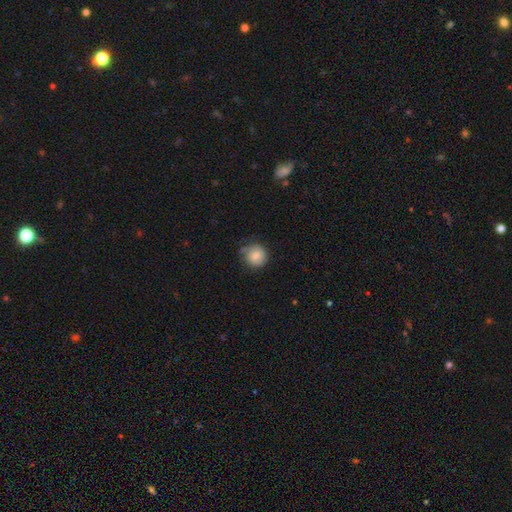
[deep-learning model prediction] A smooth galaxy with no disk features (76%) that is round (91%).

Vote fractions:
- Smooth or featured? smooth: 76% / featured or disk: 16% / star or artifact: 8%
- How rounded? round: 91% / in between: 9% / cigar-shaped: 1%
- Merging? none: 65% / minor disturbance: 25% / major disturbance: 8% / merger: 2%